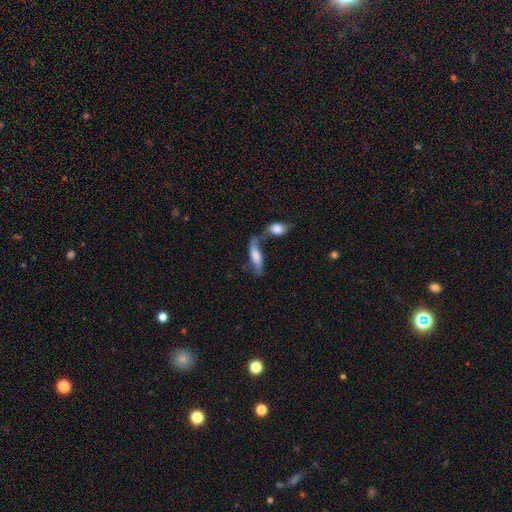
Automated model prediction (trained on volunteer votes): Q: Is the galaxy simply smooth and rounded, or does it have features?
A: smooth — 46%, tied with featured or disk.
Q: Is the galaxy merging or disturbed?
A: merger — 48%.